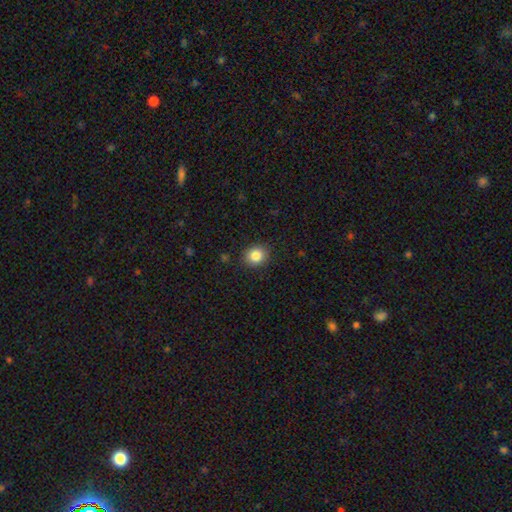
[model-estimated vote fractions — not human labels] Smooth or featured? Predicted: smooth (p=0.84). How rounded? Predicted: round (p=0.74). Merging? Predicted: none (p=0.89).